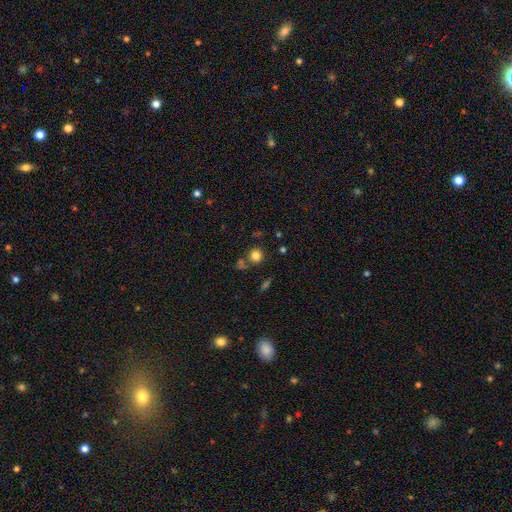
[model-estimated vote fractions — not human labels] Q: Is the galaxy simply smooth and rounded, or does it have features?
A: smooth — 80%.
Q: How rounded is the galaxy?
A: round — 90%.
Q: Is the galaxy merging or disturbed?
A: none — 71%.